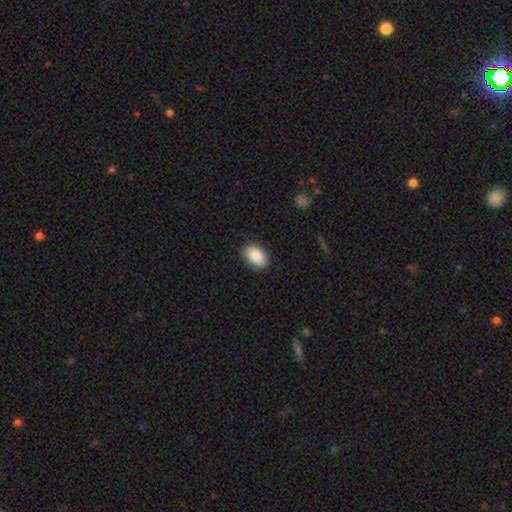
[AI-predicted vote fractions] Smooth or featured?
  - smooth: 89% *
  - star or artifact: 6%
  - featured or disk: 4%
How rounded?
  - in between: 91% *
  - round: 8%
  - cigar-shaped: 1%
Merging?
  - none: 88% *
  - minor disturbance: 9%
  - major disturbance: 2%
  - merger: 1%